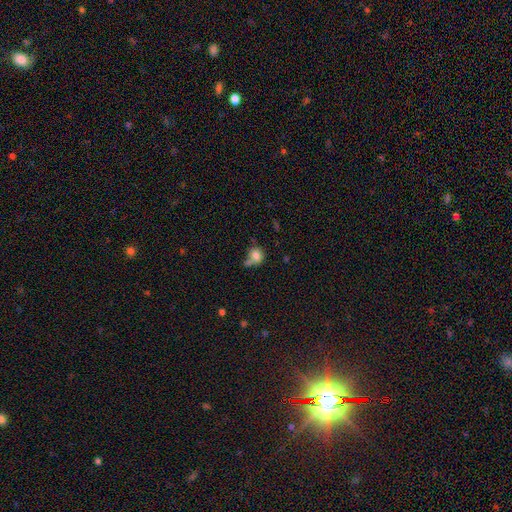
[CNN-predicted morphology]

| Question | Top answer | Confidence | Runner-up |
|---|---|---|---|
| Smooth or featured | smooth | 79% | star or artifact (11%) |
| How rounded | round | 71% | in between (28%) |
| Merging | none | 43% | merger (29%) |